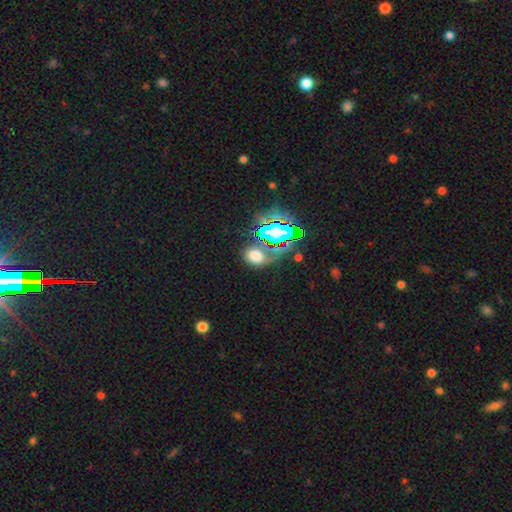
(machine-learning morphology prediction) A smooth galaxy with no disk features (54%) that is in between round and cigar-shaped (58%).

Vote fractions:
- Smooth or featured? smooth: 54% / star or artifact: 35% / featured or disk: 11%
- How rounded? in between: 58% / round: 40% / cigar-shaped: 2%
- Merging? none: 62% / minor disturbance: 18% / merger: 10% / major disturbance: 10%